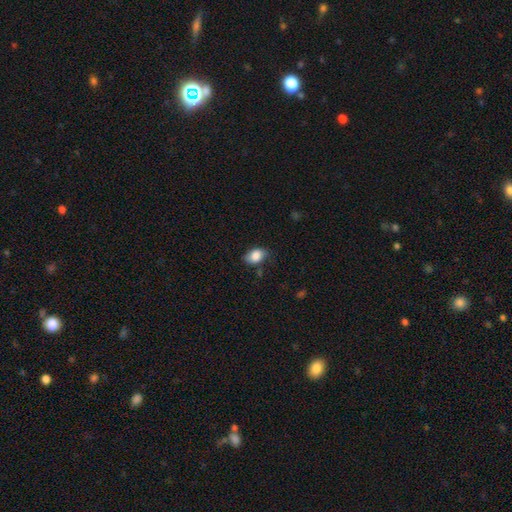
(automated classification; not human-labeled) Overall: smooth (84%). How rounded: in between (83%). Merging: none (72%).